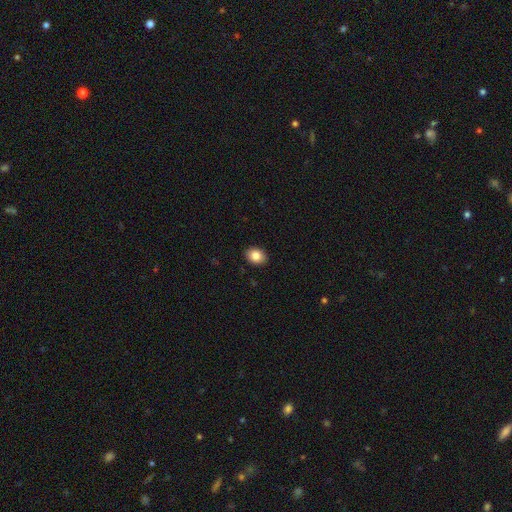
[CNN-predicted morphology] This is clearly a smooth galaxy (85%). How rounded: possibly in between (60%). Merging: clearly none (91%).